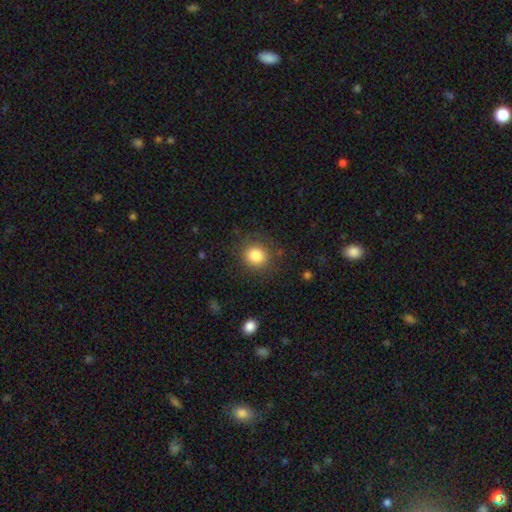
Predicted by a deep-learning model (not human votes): Smooth or featured? smooth (83%)
How rounded? round (86%)
Merging? none (83%)